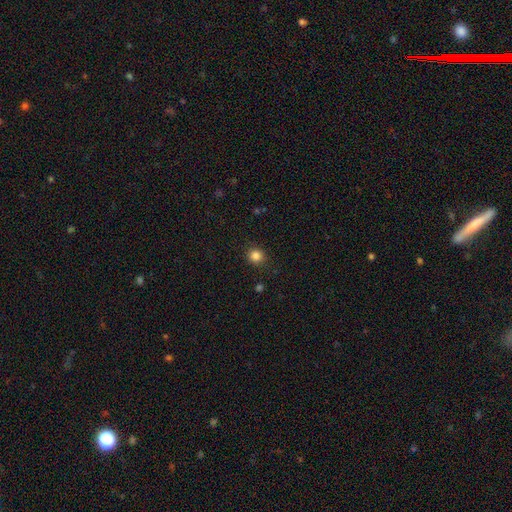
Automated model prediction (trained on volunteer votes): Smooth or featured: smooth — 84% (star or artifact — 12%)
How rounded: round — 88% (in between — 11%)
Merging: none — 89% (minor disturbance — 7%)